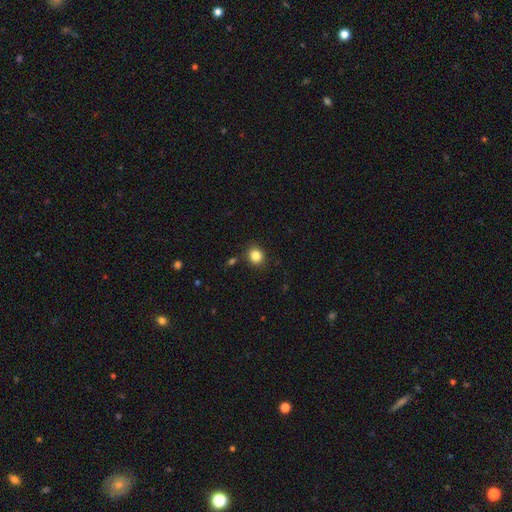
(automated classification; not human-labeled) Overall: smooth (85%). How rounded: round (75%). Merging: none (87%).